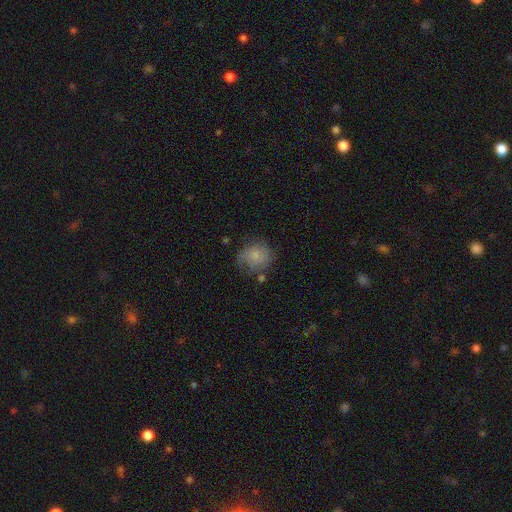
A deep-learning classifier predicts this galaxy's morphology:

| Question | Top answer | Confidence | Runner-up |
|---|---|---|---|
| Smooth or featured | smooth | 61% | featured or disk (30%) |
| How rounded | round | 75% | in between (24%) |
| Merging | none | 53% | minor disturbance (27%) |